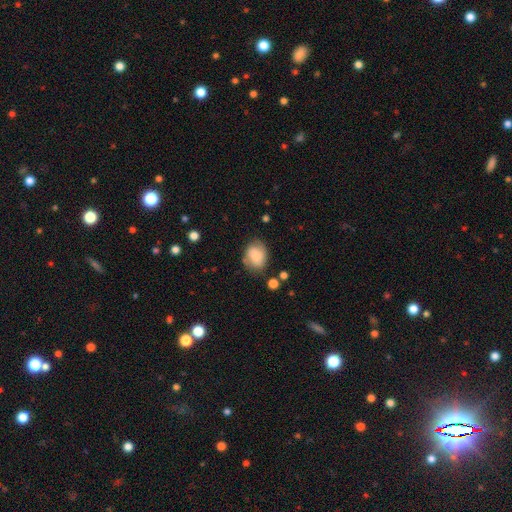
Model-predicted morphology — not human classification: smooth_or_featured: smooth (p=0.76) [alt: featured or disk p=0.16]
how_rounded: in between (p=0.60) [alt: round p=0.39]
merging: none (p=0.70) [alt: minor disturbance p=0.20]